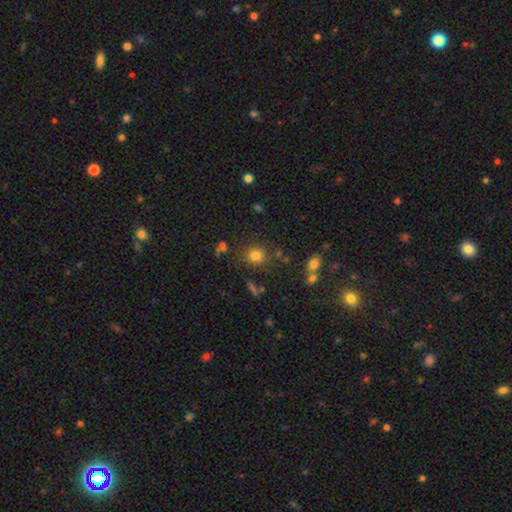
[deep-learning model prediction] This is likely a smooth galaxy (78%). How rounded: clearly round (81%). Merging: likely none (79%).